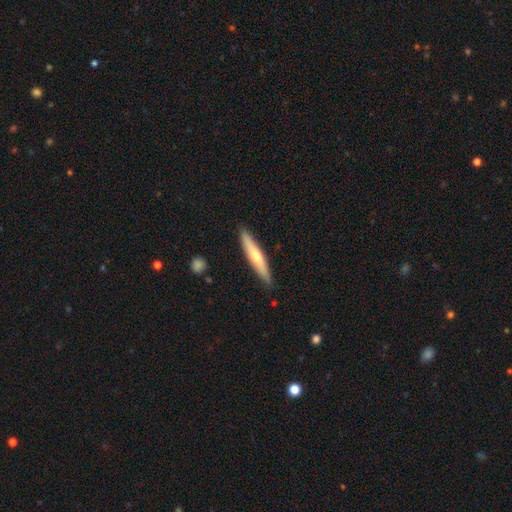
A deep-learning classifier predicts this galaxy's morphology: Smooth or featured?
  - smooth: 59% *
  - featured or disk: 36%
  - star or artifact: 5%
How rounded?
  - cigar-shaped: 91% *
  - in between: 7%
  - round: 1%
Merging?
  - none: 87% *
  - minor disturbance: 10%
  - major disturbance: 2%
  - merger: 1%